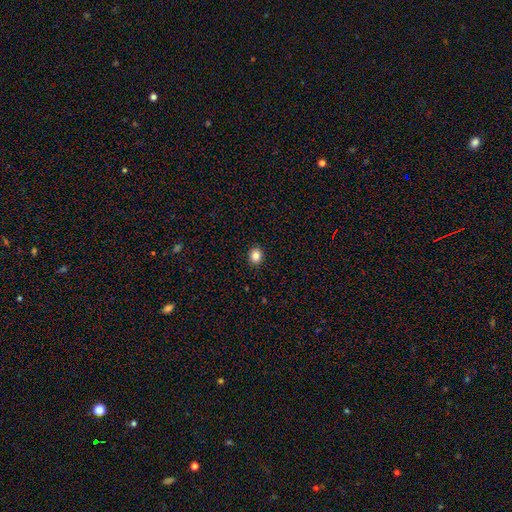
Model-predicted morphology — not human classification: Q: Smooth or featured?
A: smooth (84%); runner-up: star or artifact (10%)
Q: How rounded?
A: round (65%); runner-up: in between (34%)
Q: Merging?
A: none (91%); runner-up: minor disturbance (6%)